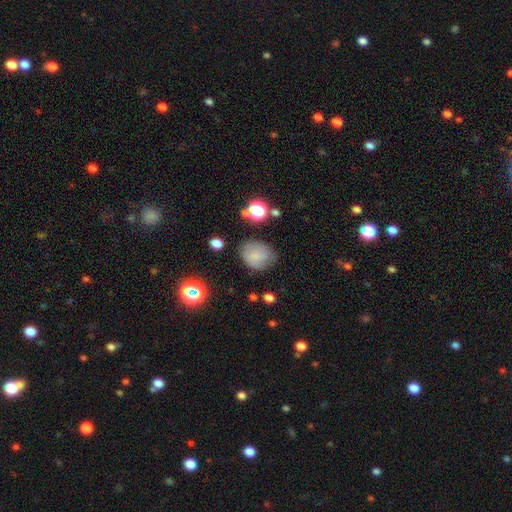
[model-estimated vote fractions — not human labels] Smooth or featured? smooth (74%)
How rounded? round (55%)
Merging? none (67%)